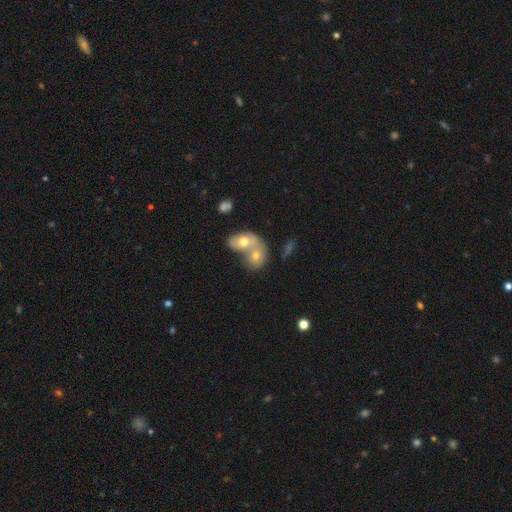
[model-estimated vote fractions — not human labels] A smooth galaxy with no disk features (63%) that is in between round and cigar-shaped (62%). Merging: merger (79%).